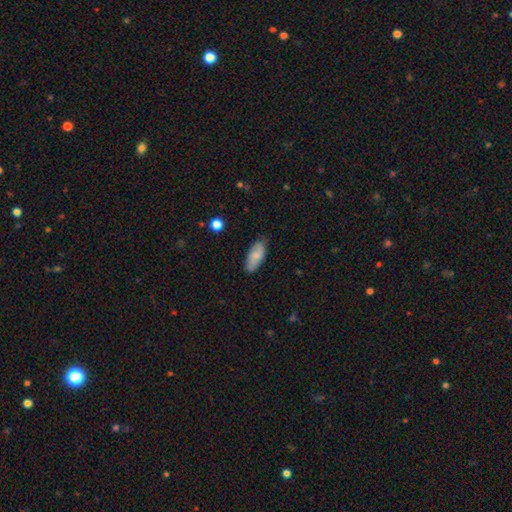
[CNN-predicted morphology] The model was most divided on "smooth or featured": smooth: 78%, featured or disk: 16%, star or artifact: 6%. More confident: how rounded — in between (84%); merging — none (80%).